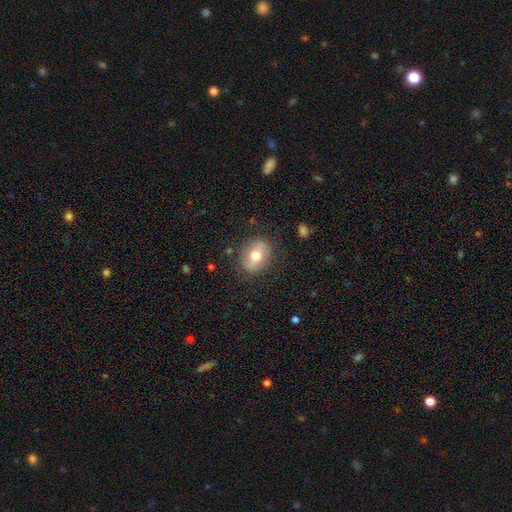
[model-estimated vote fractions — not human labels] Smooth or featured? Predicted: smooth (p=0.57). How rounded? Predicted: in between (p=0.56). Merging? Predicted: none (p=0.82).